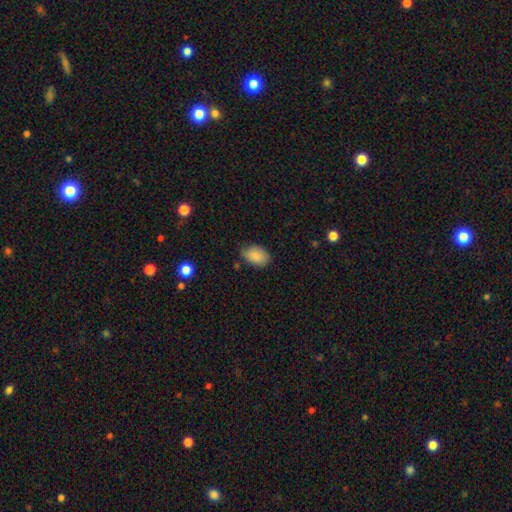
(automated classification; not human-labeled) Overall: smooth (86%). How rounded: in between (87%). Merging: none (71%).